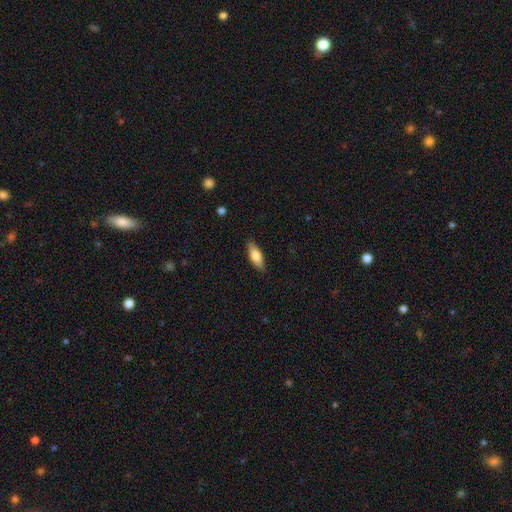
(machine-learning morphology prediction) Smooth or featured?
  - smooth: 69% *
  - featured or disk: 25%
  - star or artifact: 6%
How rounded?
  - in between: 64% *
  - cigar-shaped: 34%
  - round: 2%
Merging?
  - none: 87% *
  - minor disturbance: 10%
  - major disturbance: 2%
  - merger: 1%